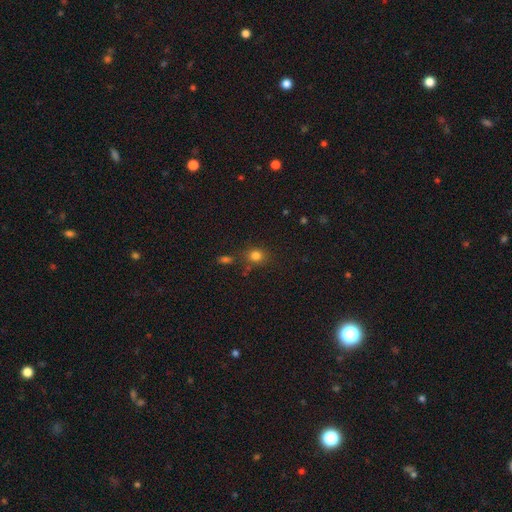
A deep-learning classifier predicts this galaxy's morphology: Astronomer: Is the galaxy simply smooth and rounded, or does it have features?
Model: smooth — 80%.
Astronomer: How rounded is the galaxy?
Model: round — 68%.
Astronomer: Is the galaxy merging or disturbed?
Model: none — 74%.